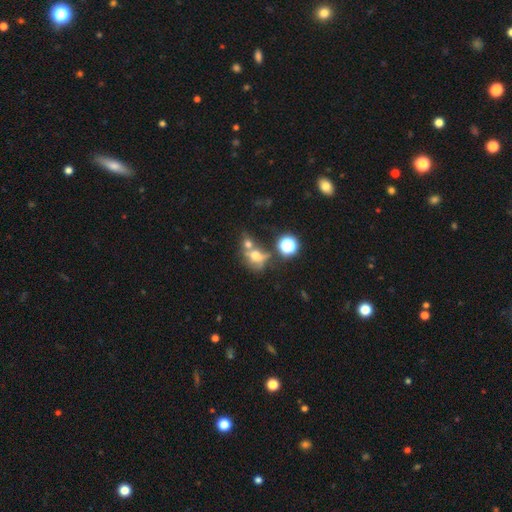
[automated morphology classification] Smooth or featured?
  - smooth: 53% *
  - featured or disk: 26%
  - star or artifact: 21%
How rounded?
  - in between: 49% *
  - round: 48%
  - cigar-shaped: 3%
Merging?
  - merger: 47% *
  - none: 28%
  - major disturbance: 12%
  - minor disturbance: 12%